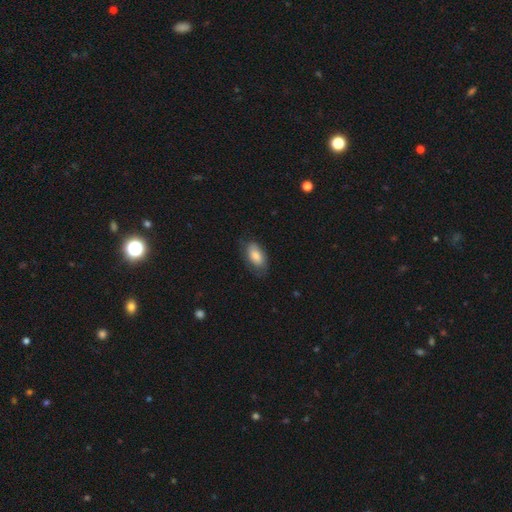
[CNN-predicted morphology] A smooth galaxy with no disk features (80%) that is in between round and cigar-shaped (93%). Merging: none (69%).